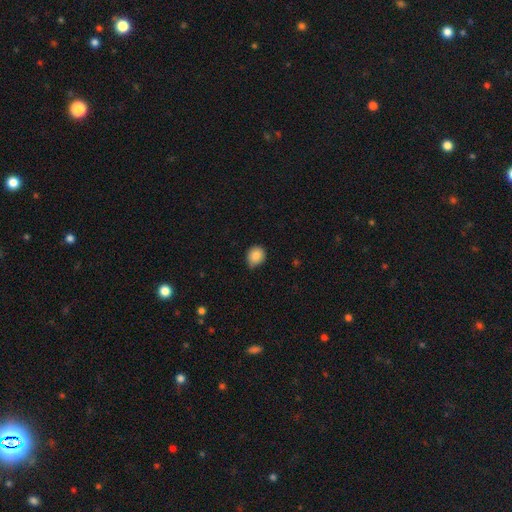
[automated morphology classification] Smooth or featured? Predicted: smooth (p=0.85). How rounded? Predicted: round (p=0.69). Merging? Predicted: none (p=0.67).